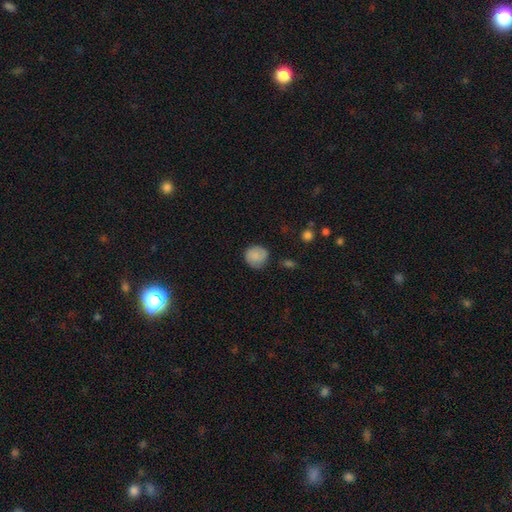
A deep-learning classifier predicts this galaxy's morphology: This appears to be a smooth galaxy with no disk features (82%) that is round (88%). Merging: none (75%).